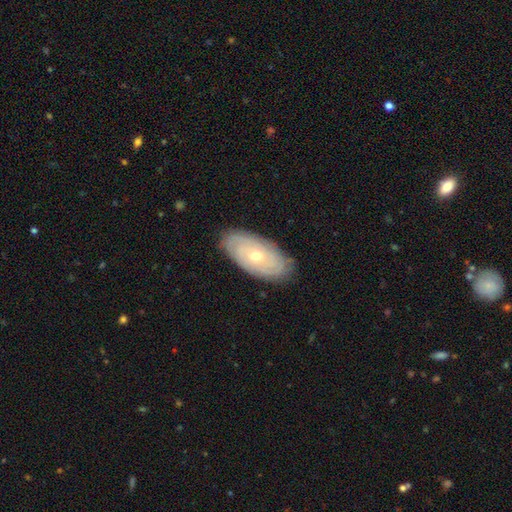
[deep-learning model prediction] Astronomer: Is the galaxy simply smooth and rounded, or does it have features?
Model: featured or disk — 71%.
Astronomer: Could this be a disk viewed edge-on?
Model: no — 91%.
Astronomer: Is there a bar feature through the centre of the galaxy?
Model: no — 81%.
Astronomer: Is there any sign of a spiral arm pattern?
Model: yes — 83%.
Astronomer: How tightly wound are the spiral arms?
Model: tight — 80%.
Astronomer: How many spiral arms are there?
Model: can't tell — 56%.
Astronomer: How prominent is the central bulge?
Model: small — 50% (runner-up: moderate, 47%).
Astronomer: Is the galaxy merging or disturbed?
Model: none — 84%.